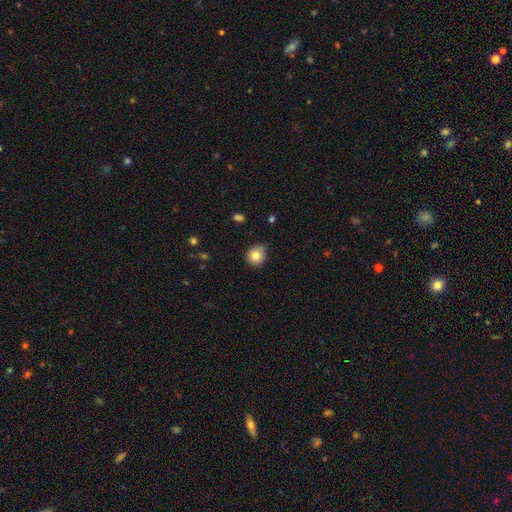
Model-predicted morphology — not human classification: Smooth or featured? smooth (81%)
How rounded? round (83%)
Merging? none (78%)